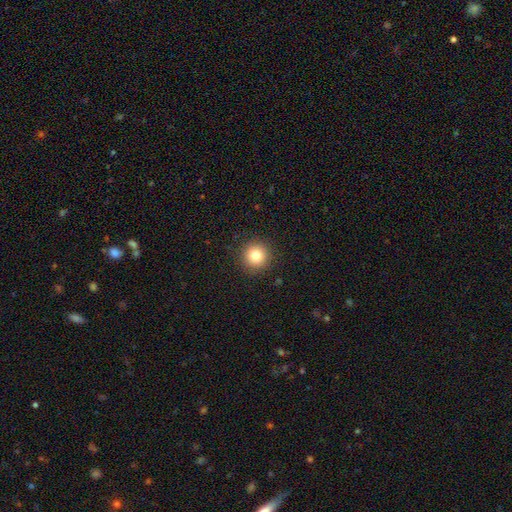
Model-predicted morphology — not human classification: type=smooth (82%); roundness=round (95%); merging=none (92%).